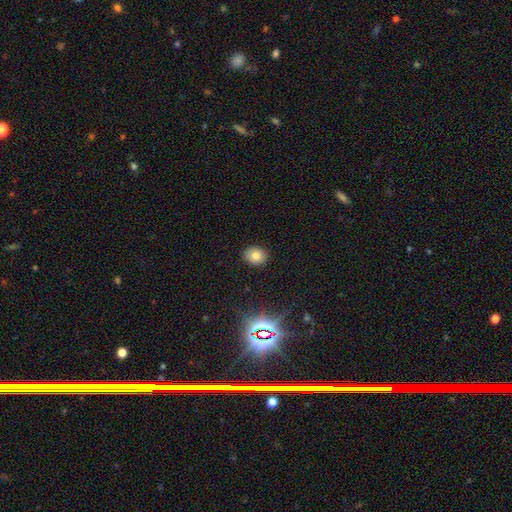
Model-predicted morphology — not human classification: smooth-or-featured: smooth: 77% | star or artifact: 14% | featured or disk: 9%
  how-rounded: round: 63% | in between: 36% | cigar-shaped: 1%
  merging: none: 88% | minor disturbance: 8% | major disturbance: 2% | merger: 1%